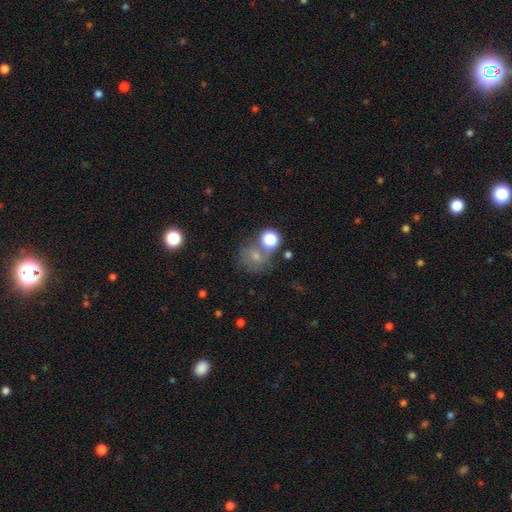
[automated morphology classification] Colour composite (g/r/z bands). It shows a smooth galaxy with no disk features (60%) that is round (79%). Merging: none (51%).